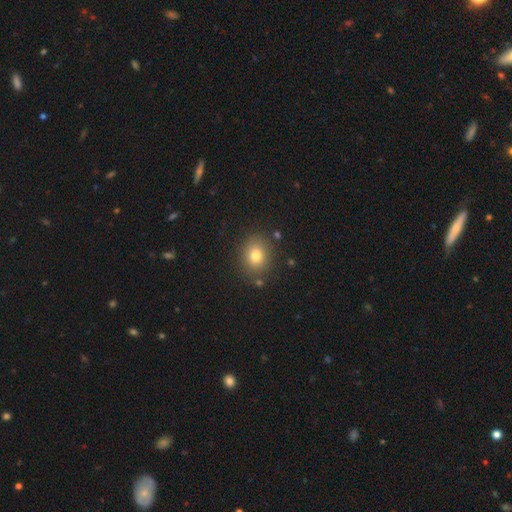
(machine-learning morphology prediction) This is likely a smooth galaxy (78%). How rounded: likely round (66%). Merging: clearly none (84%).